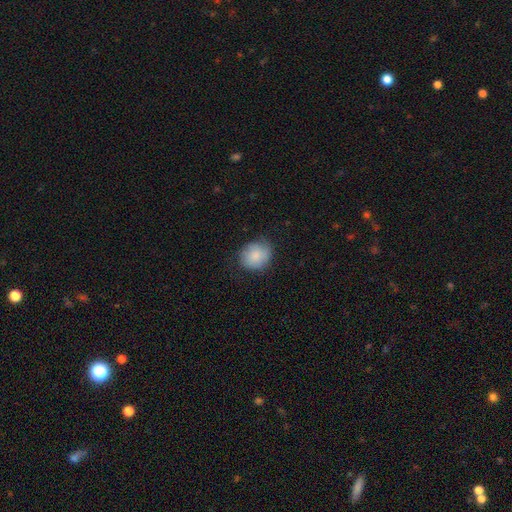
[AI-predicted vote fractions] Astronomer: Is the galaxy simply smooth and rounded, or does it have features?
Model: smooth — 84%.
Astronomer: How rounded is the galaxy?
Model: round — 71%.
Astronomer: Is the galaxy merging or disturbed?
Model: none — 72%.